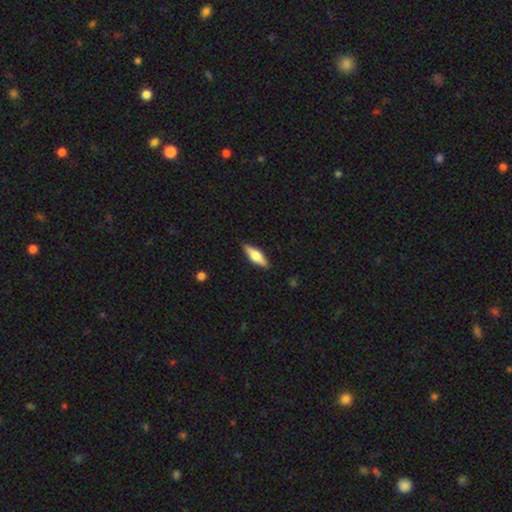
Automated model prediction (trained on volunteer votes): A smooth galaxy with no disk features (51%) that is cigar-shaped (50%). Merging: none (89%).